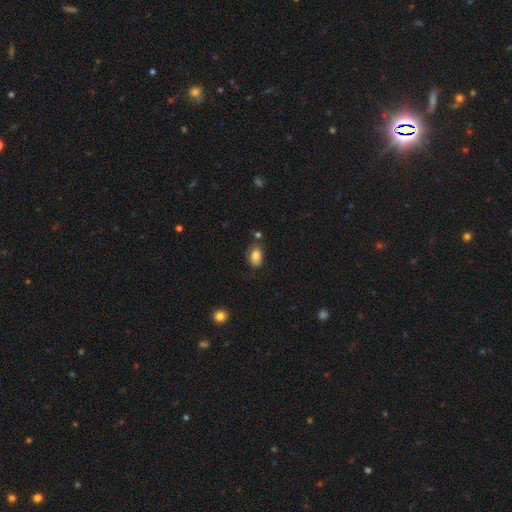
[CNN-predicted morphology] Q: Smooth or featured?
A: smooth (84%); runner-up: star or artifact (8%)
Q: How rounded?
A: in between (87%); runner-up: round (11%)
Q: Merging?
A: none (70%); runner-up: minor disturbance (20%)